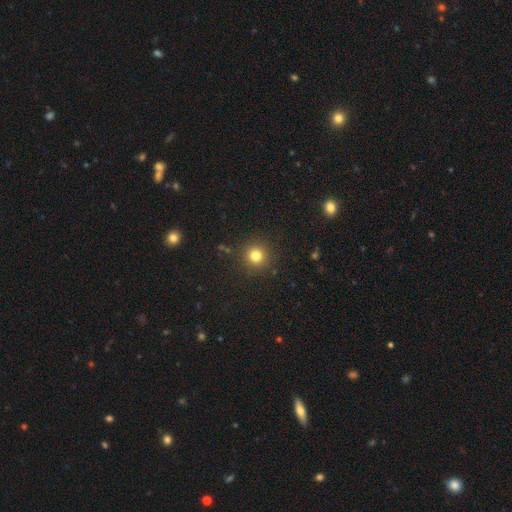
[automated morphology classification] smooth-or-featured: smooth: 80% | star or artifact: 15% | featured or disk: 5%
  how-rounded: round: 95% | in between: 4% | cigar-shaped: 1%
  merging: none: 91% | minor disturbance: 5% | major disturbance: 2% | merger: 1%